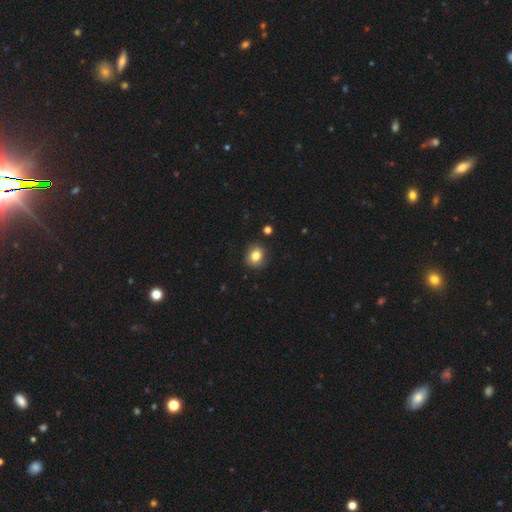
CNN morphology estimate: A smooth galaxy with no disk features (81%) that is round (67%).

Vote fractions:
- Smooth or featured? smooth: 81% / star or artifact: 11% / featured or disk: 8%
- How rounded? round: 67% / in between: 32% / cigar-shaped: 1%
- Merging? none: 83% / minor disturbance: 13% / major disturbance: 3% / merger: 2%